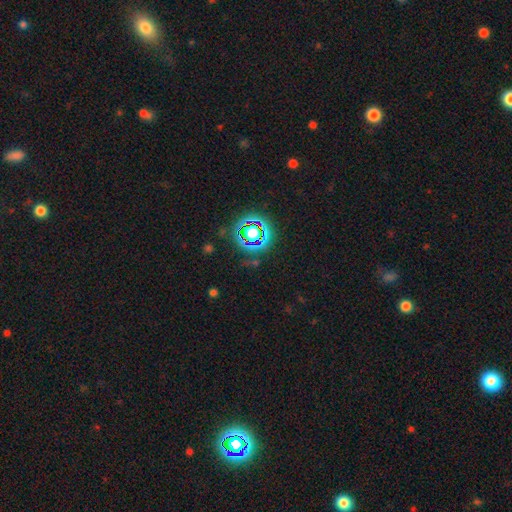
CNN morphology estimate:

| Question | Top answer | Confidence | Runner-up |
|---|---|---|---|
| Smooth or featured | star or artifact | 74% | smooth (16%) |